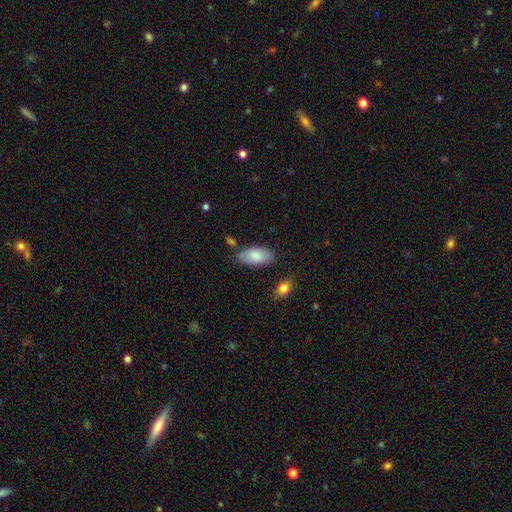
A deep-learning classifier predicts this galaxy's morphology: Q: Smooth or featured?
A: smooth (83%); runner-up: featured or disk (11%)
Q: How rounded?
A: in between (93%); runner-up: cigar-shaped (5%)
Q: Merging?
A: none (76%); runner-up: minor disturbance (16%)